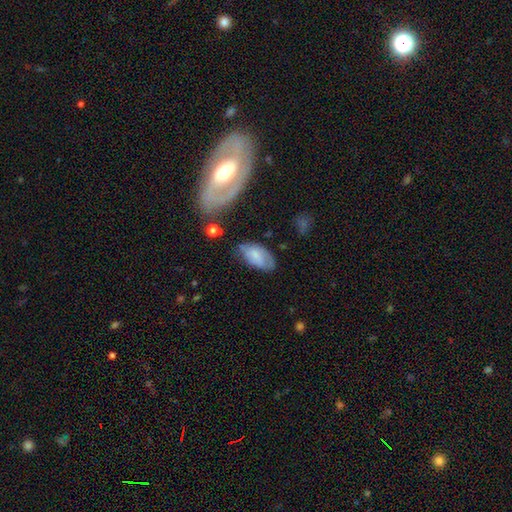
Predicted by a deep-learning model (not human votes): This appears to be a smooth galaxy with no disk features (65%) that is in between round and cigar-shaped (93%). Merging: none (54%).